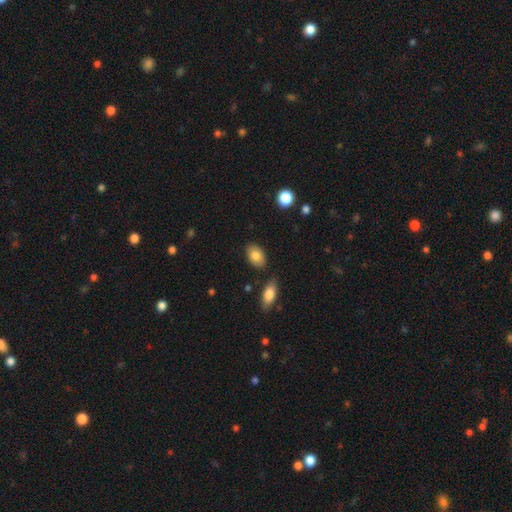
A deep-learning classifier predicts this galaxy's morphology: smooth_or_featured: smooth (p=0.83) [alt: featured or disk p=0.10]
how_rounded: in between (p=0.88) [alt: round p=0.10]
merging: none (p=0.82) [alt: minor disturbance p=0.11]